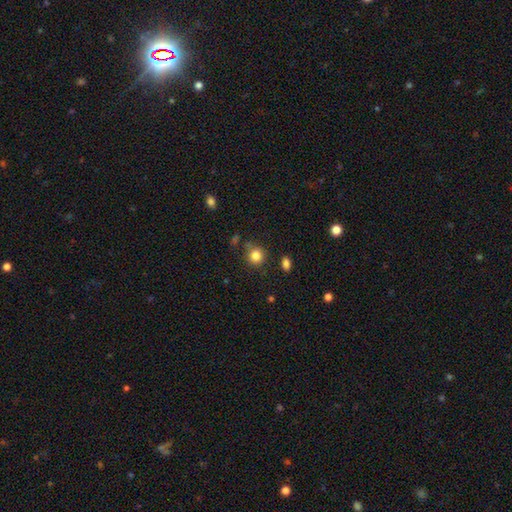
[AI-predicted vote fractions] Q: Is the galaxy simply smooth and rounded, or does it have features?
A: smooth — 84%.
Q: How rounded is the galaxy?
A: round — 86%.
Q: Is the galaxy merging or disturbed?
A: none — 77%.